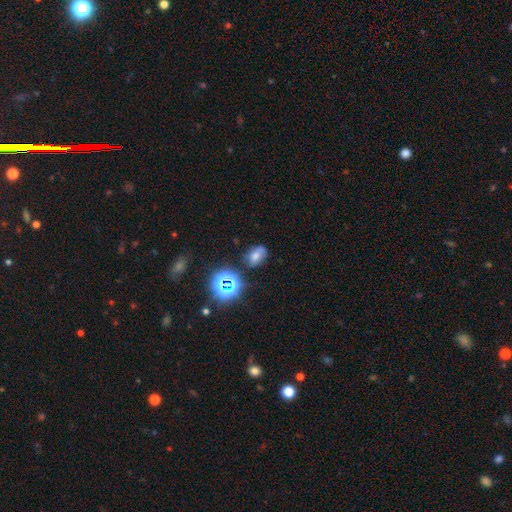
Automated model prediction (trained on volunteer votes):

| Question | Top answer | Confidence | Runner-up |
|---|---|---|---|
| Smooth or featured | smooth | 56% | star or artifact (23%) |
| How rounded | in between | 74% | round (24%) |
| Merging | none | 60% | minor disturbance (26%) |